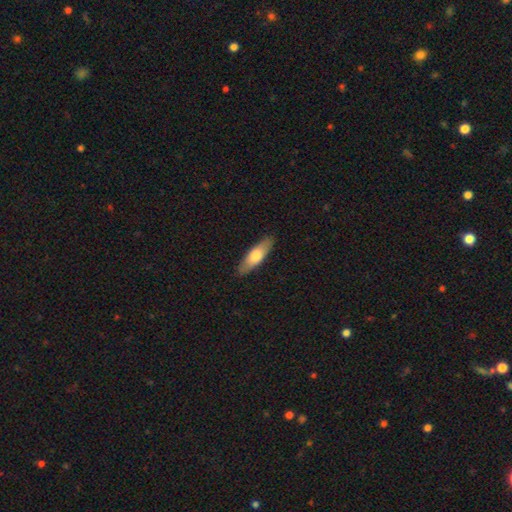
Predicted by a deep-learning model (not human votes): Overall: smooth (68%). How rounded: cigar-shaped (50%; in between 48%). Merging: none (88%).